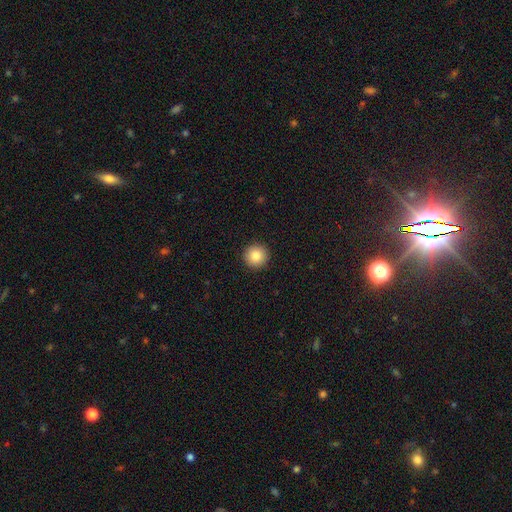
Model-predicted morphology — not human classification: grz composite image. It shows a smooth galaxy with no disk features (86%) that is round (96%). Merging: none (93%).